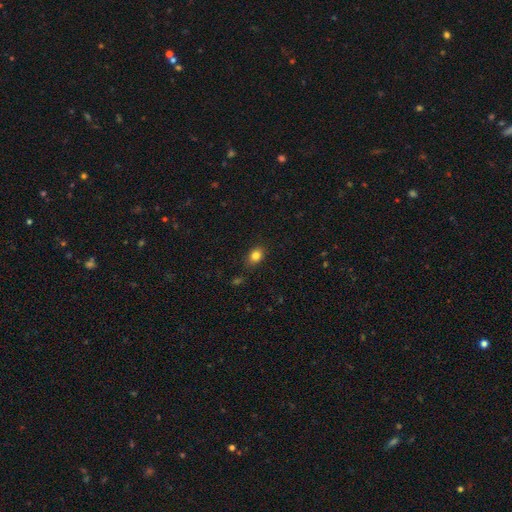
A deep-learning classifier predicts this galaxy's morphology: This is clearly a smooth galaxy (82%). How rounded: possibly in between (60%). Merging: clearly none (83%).